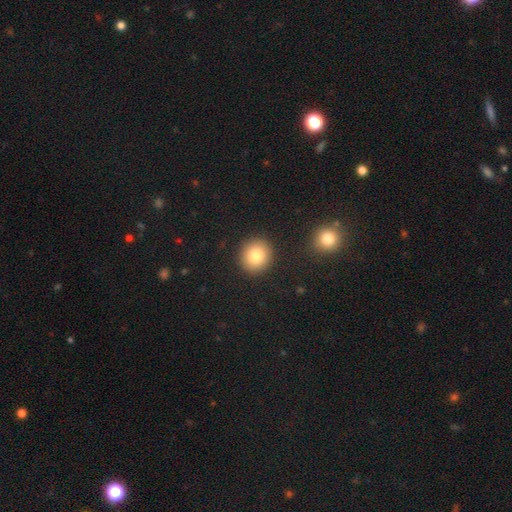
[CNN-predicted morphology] A smooth galaxy with no disk features (82%) that is round (90%).

Vote fractions:
- Smooth or featured? smooth: 82% / star or artifact: 10% / featured or disk: 8%
- How rounded? round: 90% / in between: 9% / cigar-shaped: 1%
- Merging? none: 91% / minor disturbance: 6% / major disturbance: 2% / merger: 2%